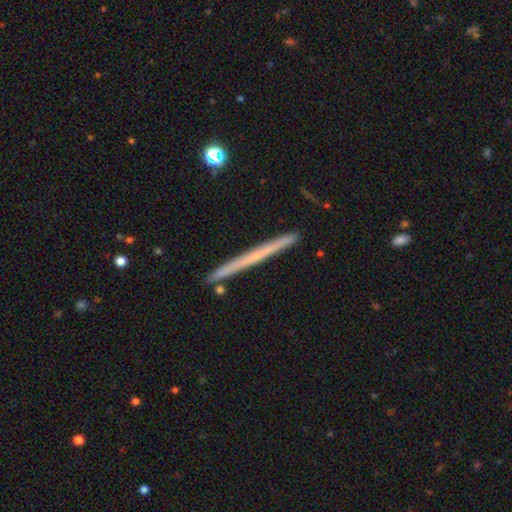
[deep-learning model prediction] smooth_or_featured: featured or disk (p=0.56) [alt: smooth p=0.38]
disk_edge_on: yes (p=0.98) [alt: no p=0.02]
edge_on_bulge: none (p=0.82) [alt: rounded p=0.15]
merging: none (p=0.90) [alt: minor disturbance p=0.07]